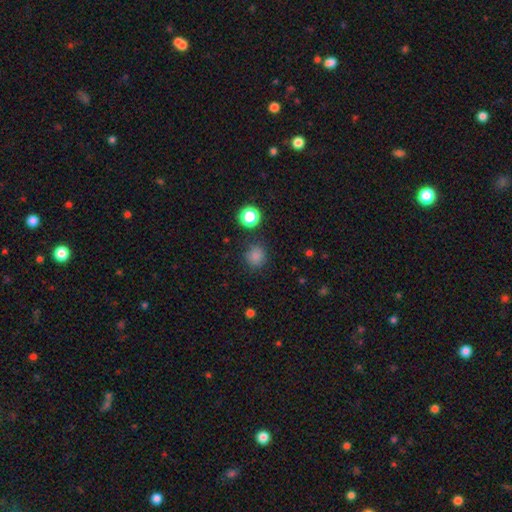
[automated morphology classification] Smooth or featured? smooth (82%)
How rounded? round (91%)
Merging? none (84%)